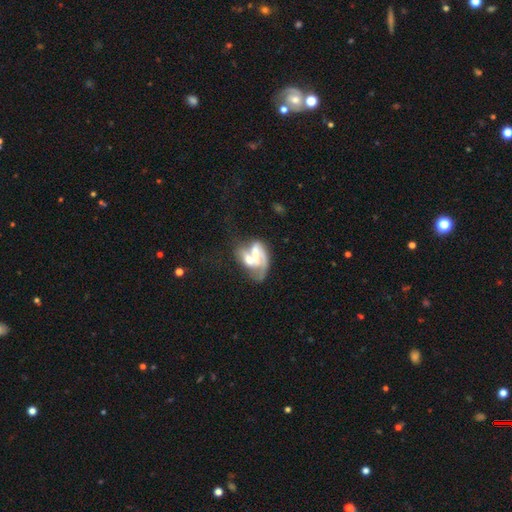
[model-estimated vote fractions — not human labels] Morphology: type=featured or disk (62%); edge-on=no (95%); bar=no (45%); spiral arms=yes (65%); bulge=moderate (34%); merging=merger (53%).